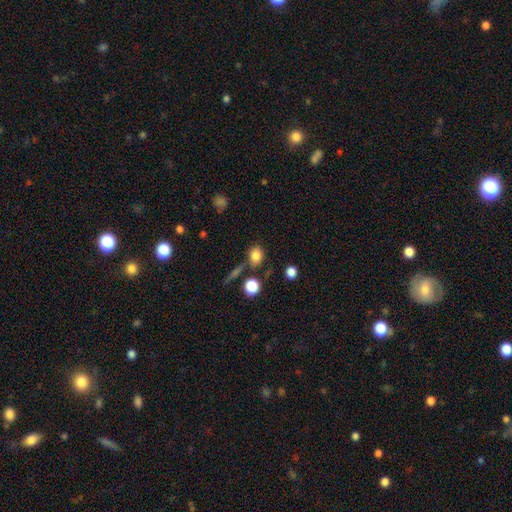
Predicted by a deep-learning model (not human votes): Morphology: type=smooth (82%); roundness=round (51%); merging=none (70%).